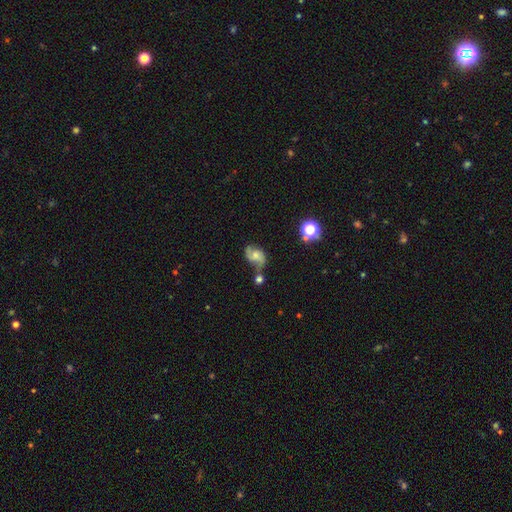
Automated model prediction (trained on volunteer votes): Smooth or featured? Predicted: featured or disk (p=0.67). Edge-on disk? Predicted: no (p=0.97). Bar? Predicted: no (p=0.64). Spiral arms? Predicted: yes (p=0.90). Spiral winding? Predicted: medium (p=0.43). Spiral arm count? Predicted: 2 (p=0.87). Bulge size? Predicted: moderate (p=0.48). Merging? Predicted: none (p=0.49).